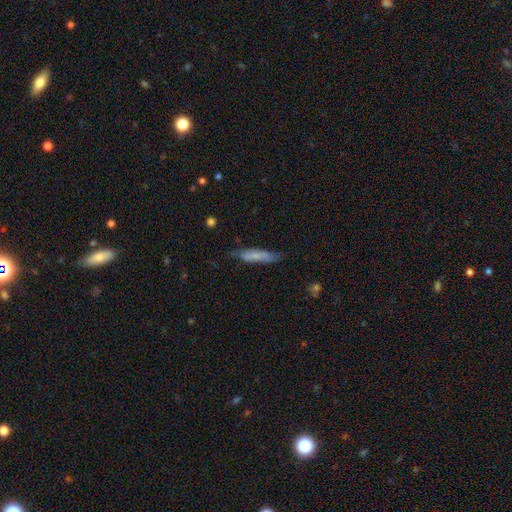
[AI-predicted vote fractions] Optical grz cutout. It shows a smooth galaxy with no disk features (64%) that is cigar-shaped (82%). Merging: none (71%).